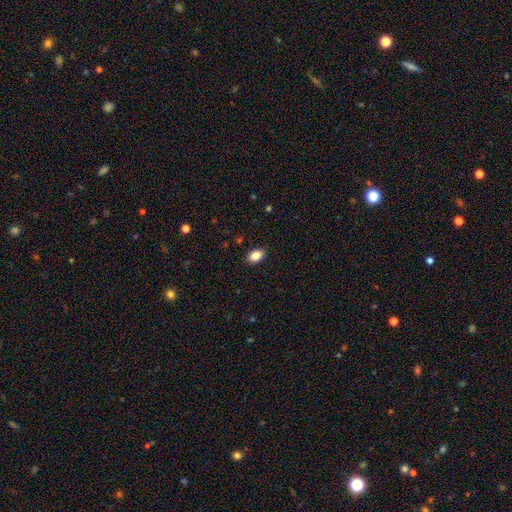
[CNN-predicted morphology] Smooth or featured? Predicted: smooth (p=0.85). How rounded? Predicted: in between (p=0.90). Merging? Predicted: none (p=0.89).